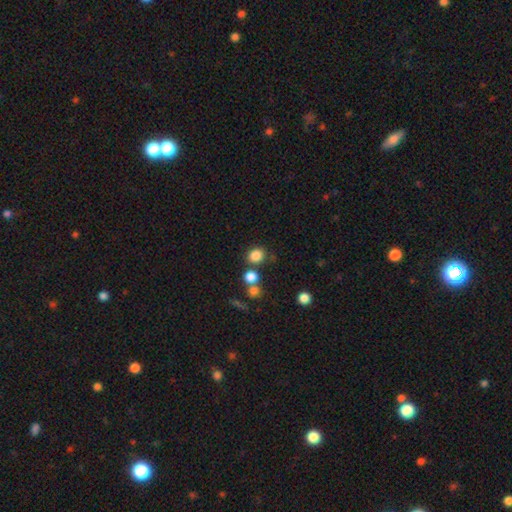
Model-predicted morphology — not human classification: A smooth galaxy with no disk features (83%) that is round (73%). Merging: none (72%).